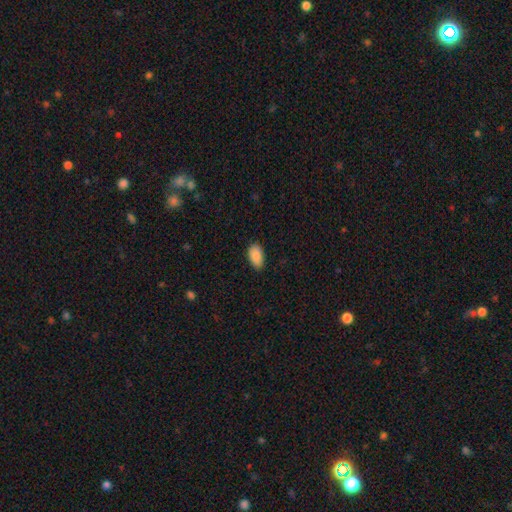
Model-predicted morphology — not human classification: Q: Smooth or featured?
A: smooth (89%); runner-up: star or artifact (7%)
Q: How rounded?
A: in between (94%); runner-up: round (4%)
Q: Merging?
A: none (85%); runner-up: minor disturbance (12%)